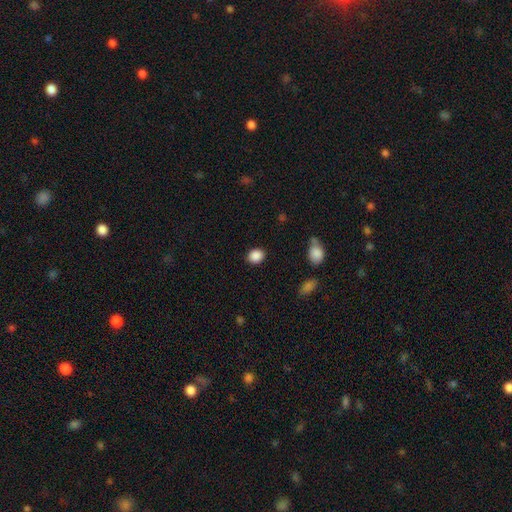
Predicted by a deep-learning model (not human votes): Smooth or featured: smooth — 88% (star or artifact — 9%)
How rounded: round — 55% (in between — 44%)
Merging: none — 88% (minor disturbance — 8%)